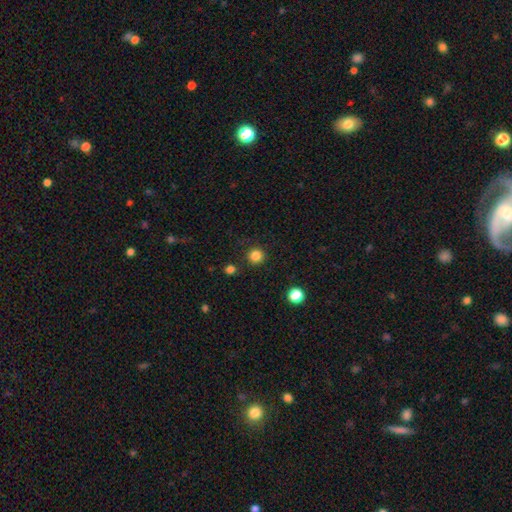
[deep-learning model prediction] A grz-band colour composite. It shows a smooth galaxy with no disk features (84%) that is round (95%). Merging: none (90%).